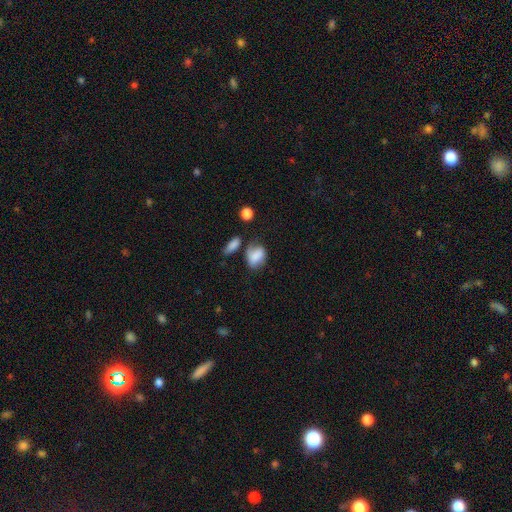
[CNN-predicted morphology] This is likely a smooth galaxy (78%). How rounded: likely in between (72%). Merging: marginally none (41%).